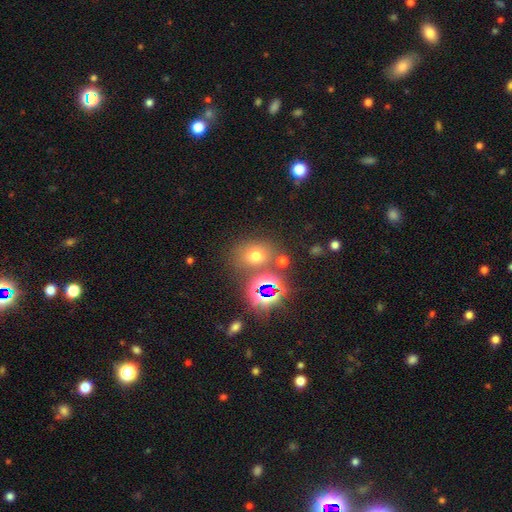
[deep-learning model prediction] smooth_or_featured: smooth (p=0.59) [alt: star or artifact p=0.30]
how_rounded: in between (p=0.50) [alt: round p=0.49]
merging: none (p=0.71) [alt: merger p=0.12]